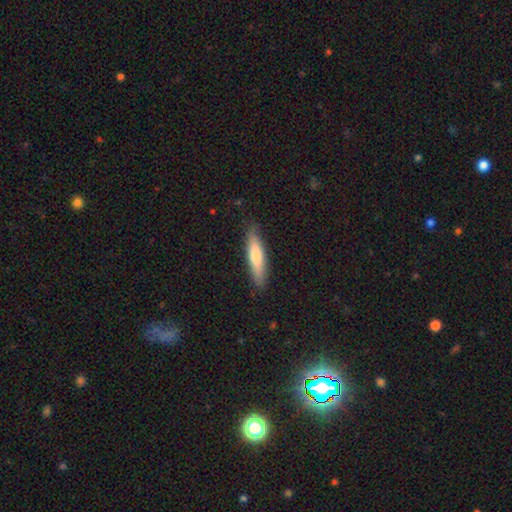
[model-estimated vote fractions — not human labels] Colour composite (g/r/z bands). It shows a smooth galaxy with no disk features (68%) that is cigar-shaped (83%). Merging: none (88%).